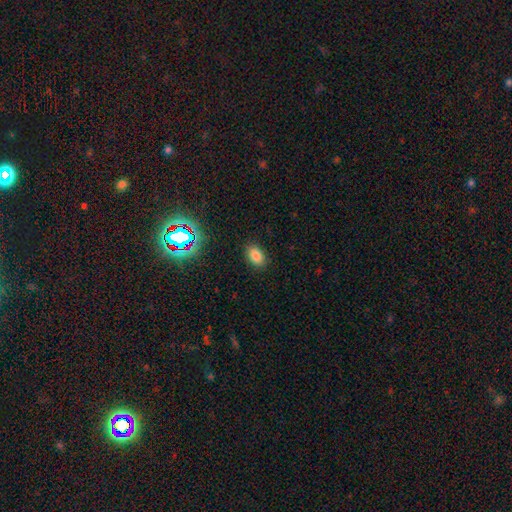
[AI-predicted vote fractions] Q: Smooth or featured?
A: smooth (81%); runner-up: star or artifact (13%)
Q: How rounded?
A: in between (84%); runner-up: round (15%)
Q: Merging?
A: none (88%); runner-up: minor disturbance (9%)